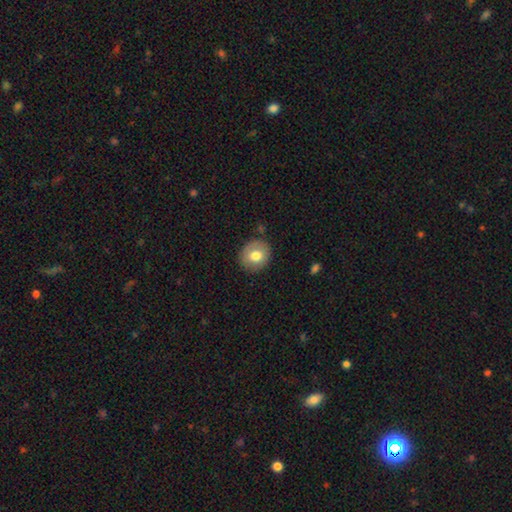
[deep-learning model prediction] Overall: smooth (75%). How rounded: round (80%). Merging: none (84%).